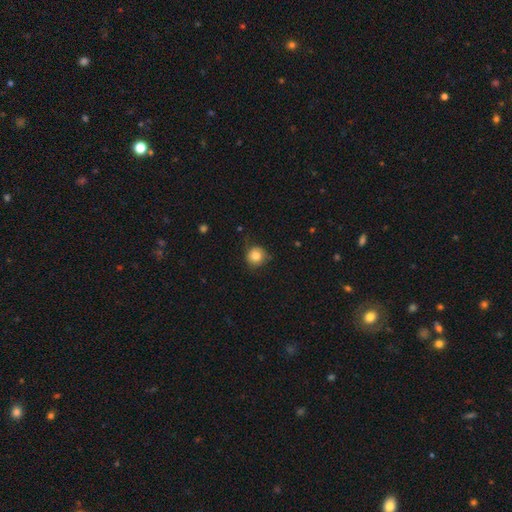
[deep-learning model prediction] Morphology: type=smooth (83%); roundness=round (90%); merging=none (73%).